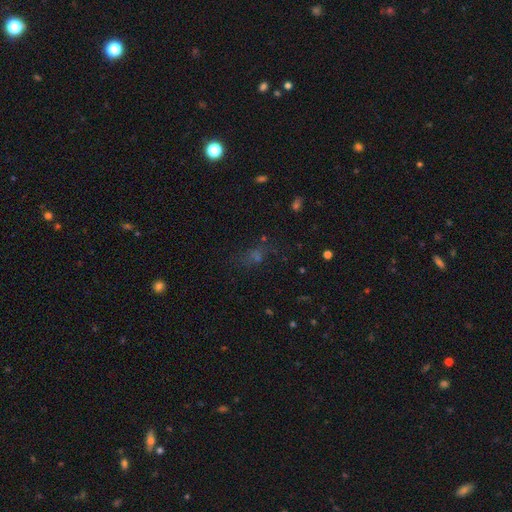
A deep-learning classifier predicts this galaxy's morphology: smooth 43%, star or artifact 40%, featured or disk 17%. Down the decision tree: merging — none (60%).